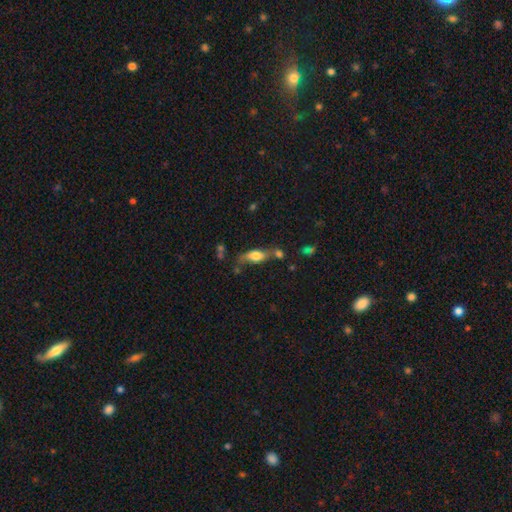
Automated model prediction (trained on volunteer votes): Smooth or featured: smooth — 57% (featured or disk — 34%)
How rounded: in between — 64% (cigar-shaped — 30%)
Merging: none — 48% (merger — 21%)